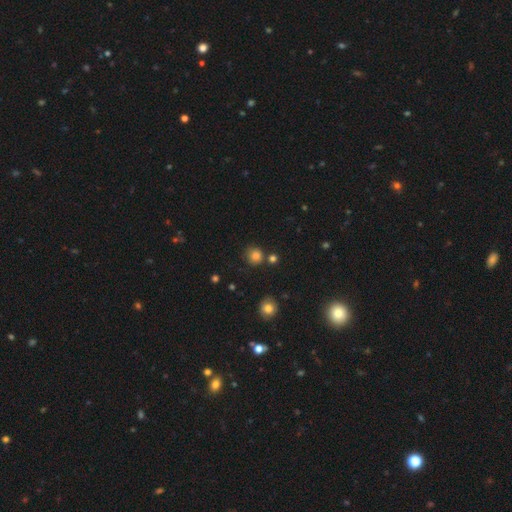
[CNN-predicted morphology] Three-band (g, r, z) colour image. It shows a smooth galaxy with no disk features (82%) that is round (90%). Merging: none (77%).